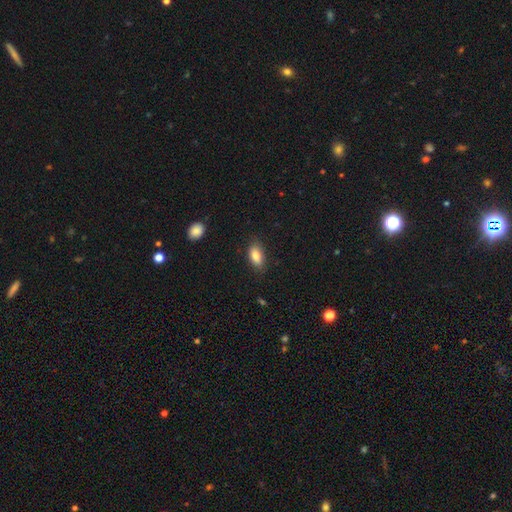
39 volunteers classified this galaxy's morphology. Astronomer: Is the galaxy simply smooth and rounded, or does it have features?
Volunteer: smooth — 87%.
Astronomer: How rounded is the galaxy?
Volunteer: in between — 97%.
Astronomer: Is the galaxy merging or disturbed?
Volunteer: none — 78%.